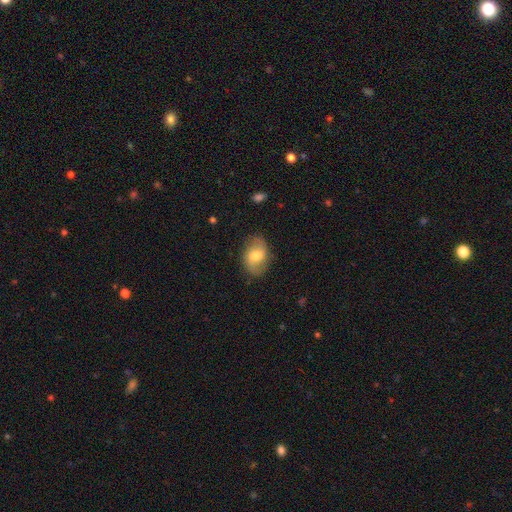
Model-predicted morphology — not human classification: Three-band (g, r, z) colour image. It shows a smooth galaxy with no disk features (47%). Merging: none (78%).